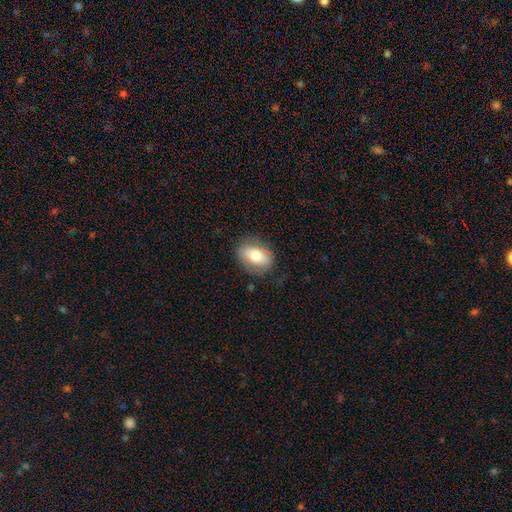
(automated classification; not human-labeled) smooth-or-featured: smooth: 69% | featured or disk: 23% | star or artifact: 7%
  how-rounded: in between: 77% | round: 22% | cigar-shaped: 2%
  merging: none: 77% | minor disturbance: 16% | major disturbance: 5% | merger: 1%